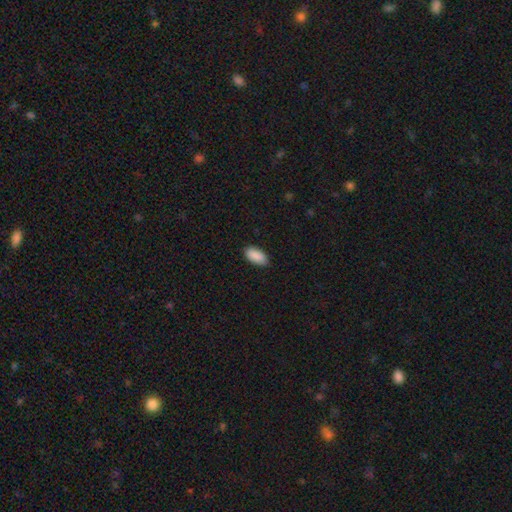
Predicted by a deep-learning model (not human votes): smooth-or-featured: smooth: 91% | star or artifact: 6% | featured or disk: 3%
  how-rounded: in between: 93% | cigar-shaped: 5% | round: 2%
  merging: none: 87% | minor disturbance: 10% | major disturbance: 2% | merger: 1%